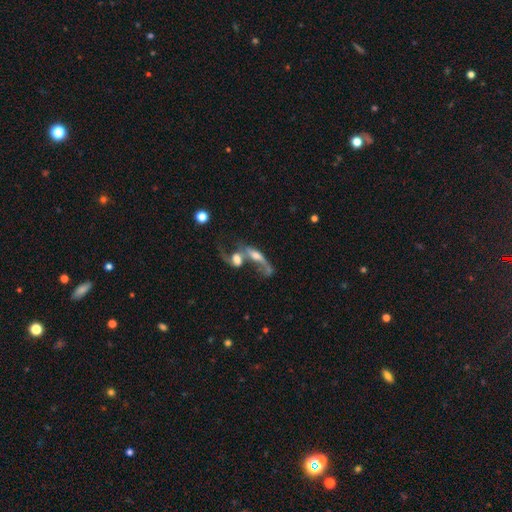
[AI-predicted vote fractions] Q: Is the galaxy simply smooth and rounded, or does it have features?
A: featured or disk — 61%.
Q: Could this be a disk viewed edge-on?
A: no — 71%.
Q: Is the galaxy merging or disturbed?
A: merger — 69%.